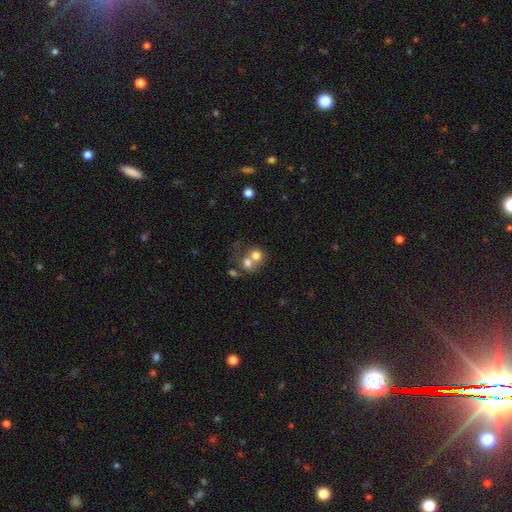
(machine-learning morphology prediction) smooth_or_featured: smooth (p=0.68) [alt: featured or disk p=0.21]
how_rounded: round (p=0.73) [alt: in between p=0.26]
merging: merger (p=0.62) [alt: none p=0.27]